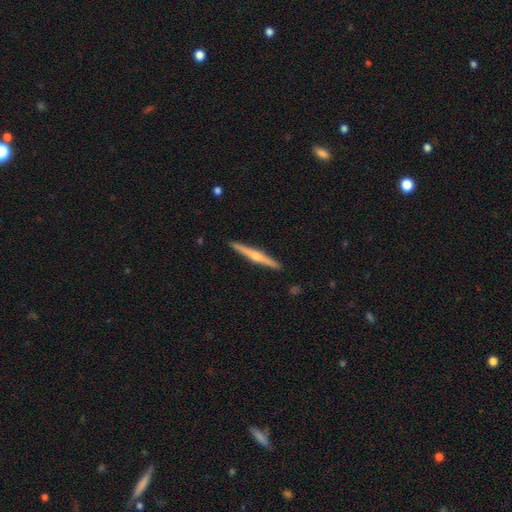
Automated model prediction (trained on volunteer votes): This is likely a featured or disk galaxy (64%). It is clearly viewed edge-on (98%). Edge-on bulge: likely rounded (79%). Merging: clearly none (92%).